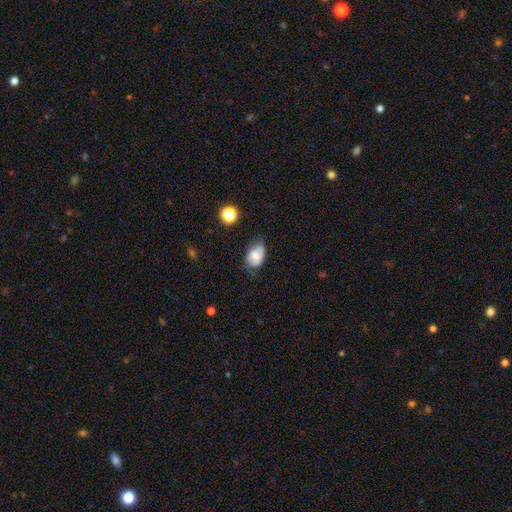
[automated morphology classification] Smooth or featured?
  - smooth: 64% *
  - featured or disk: 26%
  - star or artifact: 9%
How rounded?
  - in between: 84% *
  - round: 14%
  - cigar-shaped: 1%
Merging?
  - none: 53% *
  - minor disturbance: 35%
  - major disturbance: 9%
  - merger: 2%